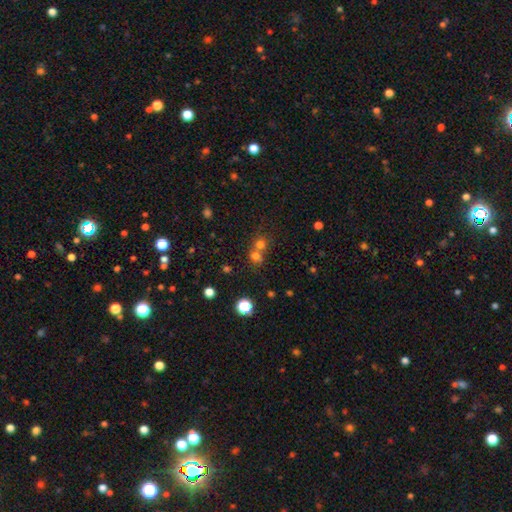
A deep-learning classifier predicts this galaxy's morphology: smooth 69%, star or artifact 22%, featured or disk 10%. Down the decision tree: how rounded — round (82%); merging — merger (49%).